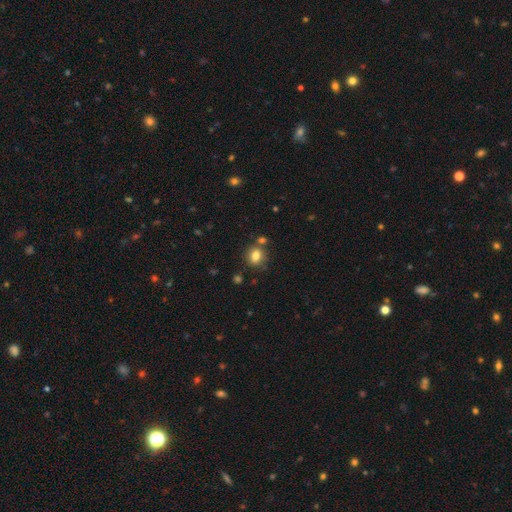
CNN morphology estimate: Smooth or featured?
  - smooth: 81% *
  - star or artifact: 11%
  - featured or disk: 8%
How rounded?
  - round: 60% *
  - in between: 39%
  - cigar-shaped: 1%
Merging?
  - none: 73% *
  - minor disturbance: 12%
  - merger: 12%
  - major disturbance: 3%